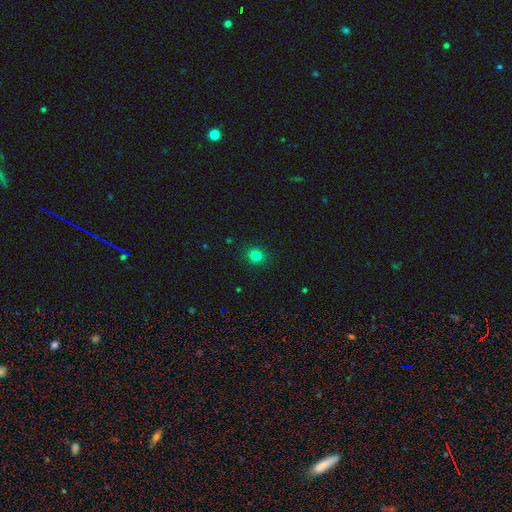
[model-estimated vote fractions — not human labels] Smooth or featured? Predicted: smooth (p=0.80). How rounded? Predicted: round (p=0.80). Merging? Predicted: none (p=0.91).